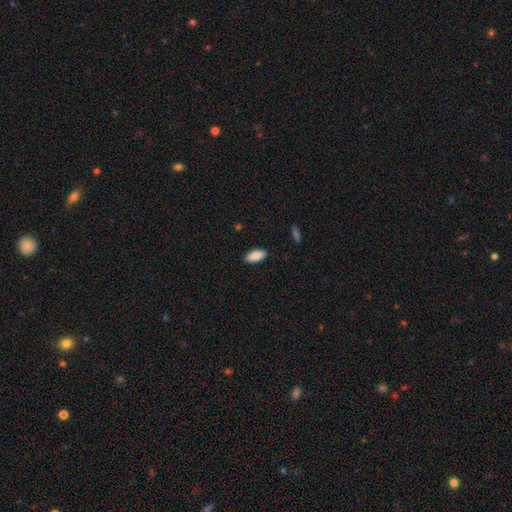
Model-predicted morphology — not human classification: Q: Smooth or featured?
A: smooth (87%); runner-up: featured or disk (7%)
Q: How rounded?
A: in between (88%); runner-up: cigar-shaped (10%)
Q: Merging?
A: none (88%); runner-up: minor disturbance (9%)